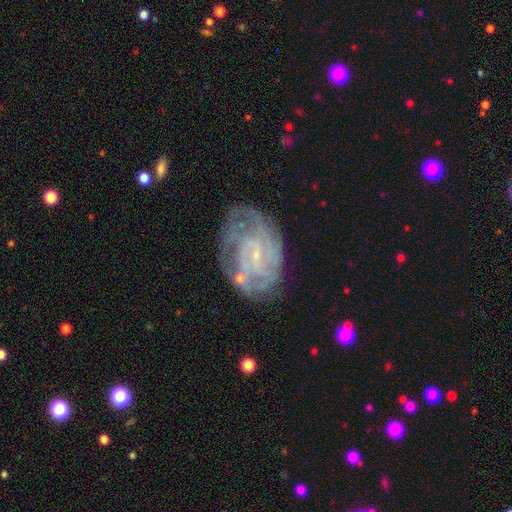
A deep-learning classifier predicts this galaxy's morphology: A featured or disk galaxy (82%) with a weak bar (47%), tight (64%) spiral arms (92%) and a small central bulge (77%). Merging: none (64%).